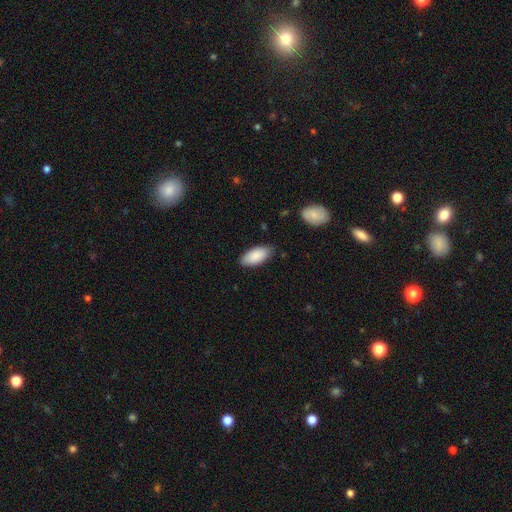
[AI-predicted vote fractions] Overall: smooth (87%). How rounded: in between (91%). Merging: none (81%).